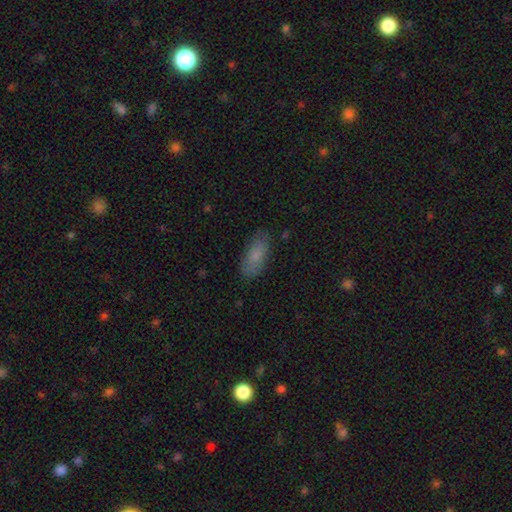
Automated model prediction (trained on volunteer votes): A smooth galaxy with no disk features (81%) that is in between round and cigar-shaped (81%).

Vote fractions:
- Smooth or featured? smooth: 81% / featured or disk: 12% / star or artifact: 7%
- How rounded? in between: 81% / cigar-shaped: 16% / round: 2%
- Merging? none: 82% / minor disturbance: 14% / major disturbance: 3% / merger: 1%